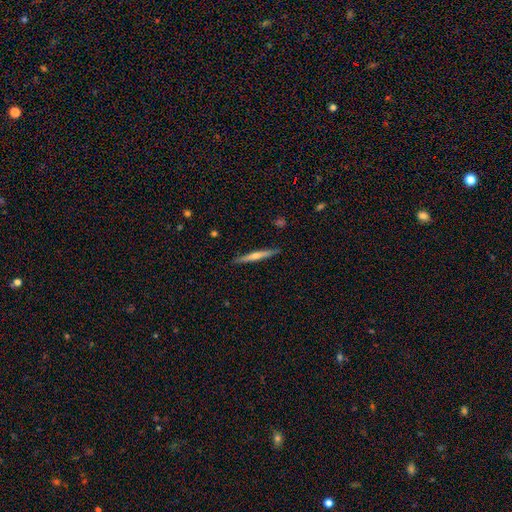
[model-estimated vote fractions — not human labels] Smooth or featured? featured or disk (56%)
Edge-on disk? yes (97%)
Edge-on bulge? rounded (69%)
Merging? none (89%)